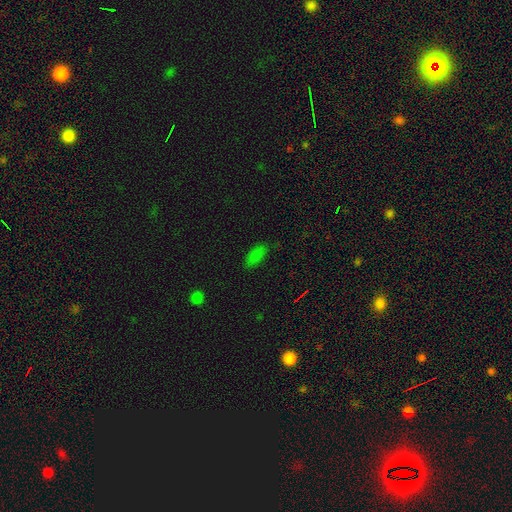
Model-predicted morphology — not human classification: A smooth galaxy with no disk features (80%) that is in between round and cigar-shaped (86%).

Vote fractions:
- Smooth or featured? smooth: 80% / star or artifact: 14% / featured or disk: 6%
- How rounded? in between: 86% / cigar-shaped: 11% / round: 3%
- Merging? none: 83% / minor disturbance: 13% / major disturbance: 3% / merger: 1%